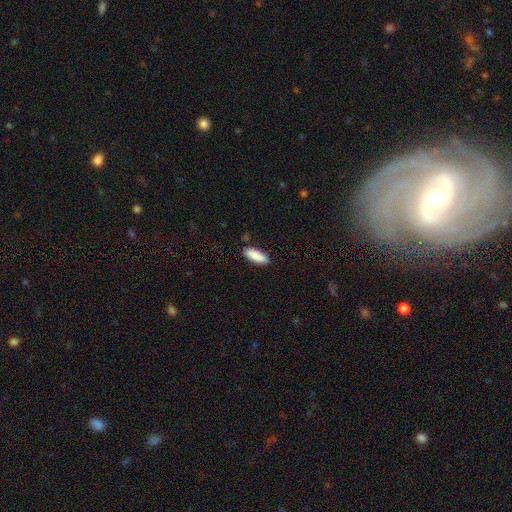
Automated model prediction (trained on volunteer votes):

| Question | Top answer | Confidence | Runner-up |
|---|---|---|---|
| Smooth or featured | smooth | 88% | star or artifact (6%) |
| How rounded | in between | 72% | cigar-shaped (27%) |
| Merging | none | 86% | minor disturbance (11%) |